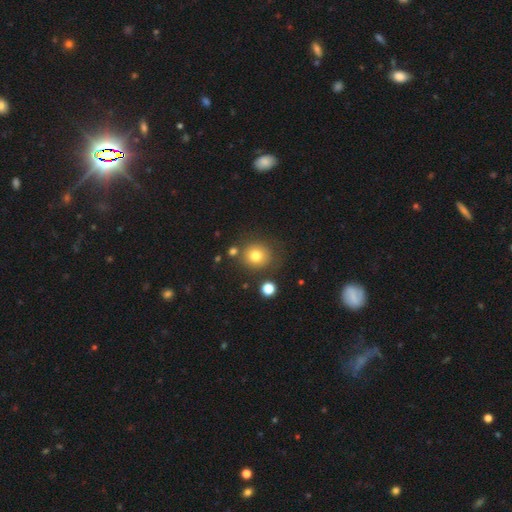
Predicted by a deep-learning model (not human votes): A smooth galaxy with no disk features (77%) that is round (86%). Merging: none (78%).